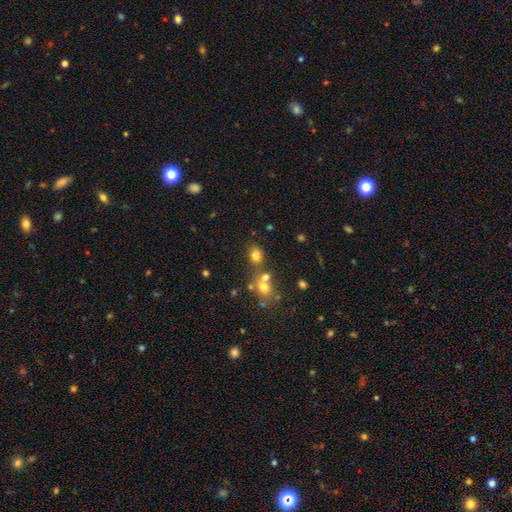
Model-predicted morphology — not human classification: Smooth or featured: smooth — 72% (star or artifact — 17%)
How rounded: round — 60% (in between — 38%)
Merging: none — 57% (merger — 27%)